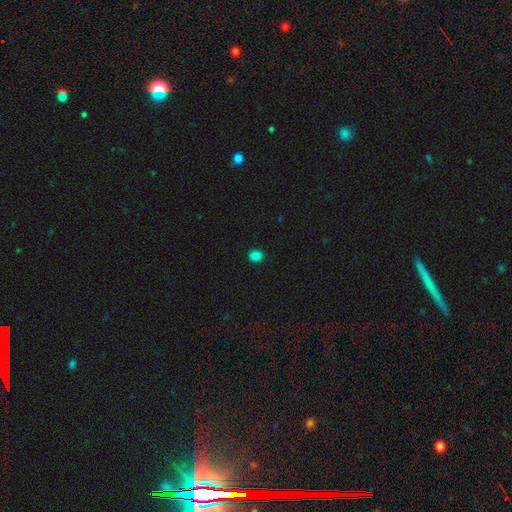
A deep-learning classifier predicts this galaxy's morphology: Smooth or featured? Predicted: smooth (p=0.84). How rounded? Predicted: round (p=0.74). Merging? Predicted: none (p=0.92).